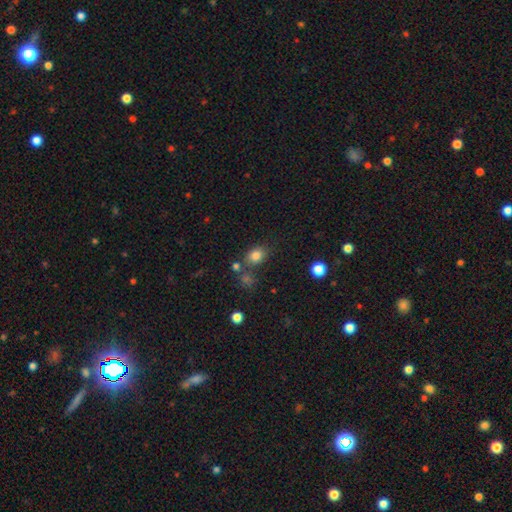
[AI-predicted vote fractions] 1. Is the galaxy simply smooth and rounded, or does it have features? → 81% smooth, 12% star or artifact, 7% featured or disk.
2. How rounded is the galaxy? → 54% in between, 45% round, 1% cigar-shaped.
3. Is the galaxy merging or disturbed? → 70% none, 14% minor disturbance, 12% merger, 5% major disturbance.